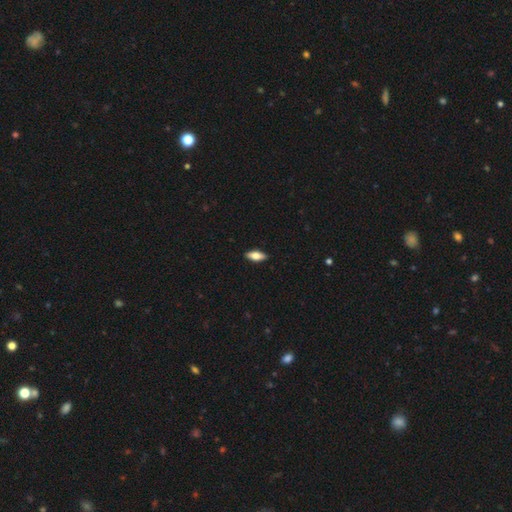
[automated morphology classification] The model was most divided on "smooth or featured": smooth: 66%, featured or disk: 28%, star or artifact: 6%. More confident: merging — none (90%); how rounded — in between (76%).